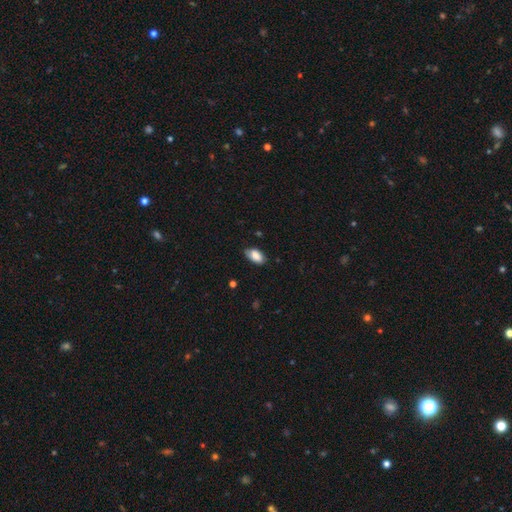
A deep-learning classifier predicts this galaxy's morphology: smooth 86%, featured or disk 8%, star or artifact 7%. Down the decision tree: how rounded — in between (93%); merging — none (77%).